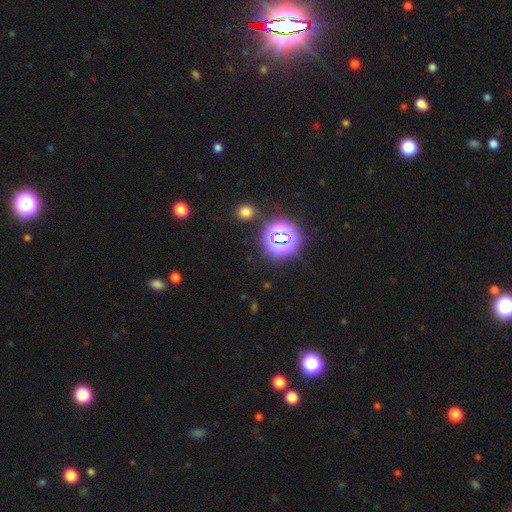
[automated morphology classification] Smooth or featured: star or artifact — 79% (smooth — 15%)